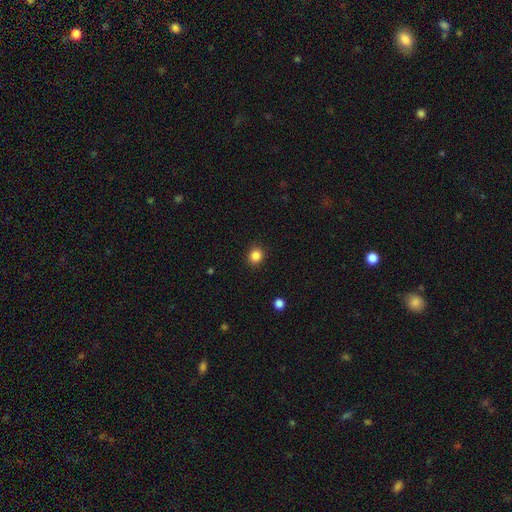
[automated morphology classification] smooth 85%, star or artifact 11%, featured or disk 4%. Down the decision tree: how rounded — round (81%); merging — none (90%).